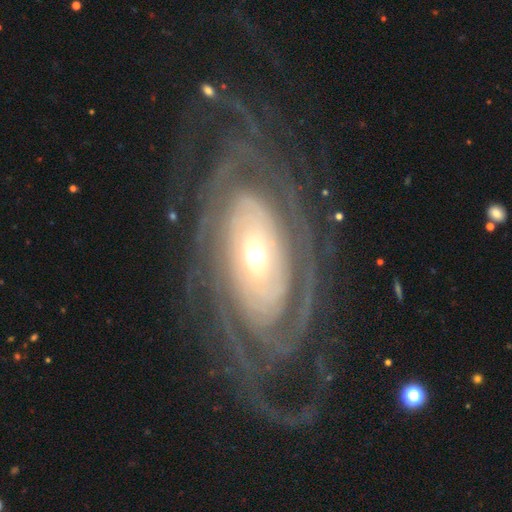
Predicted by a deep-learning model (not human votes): A featured or disk galaxy (89%) with no bar (72%), tight (75%) spiral arms (94%) and a moderate central bulge (46%). Merging: none (68%).